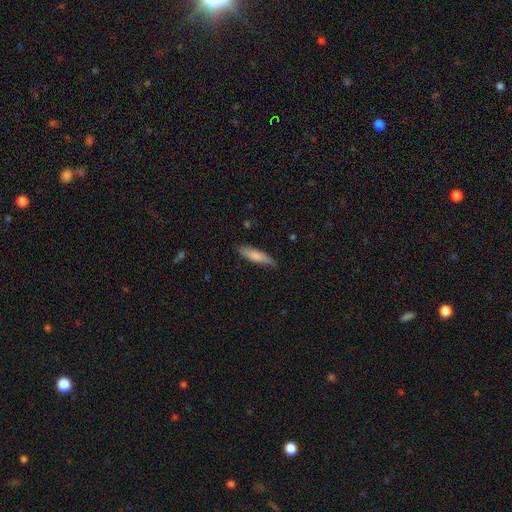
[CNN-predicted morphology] type=smooth (76%); roundness=cigar-shaped (71%); merging=none (80%).